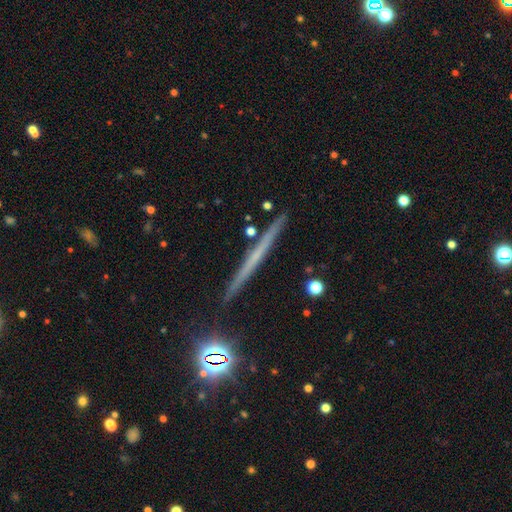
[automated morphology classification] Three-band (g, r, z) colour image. It shows a featured or disk galaxy (54%) viewed edge-on (97%) with no central bulge (87%). Merging: none (90%).